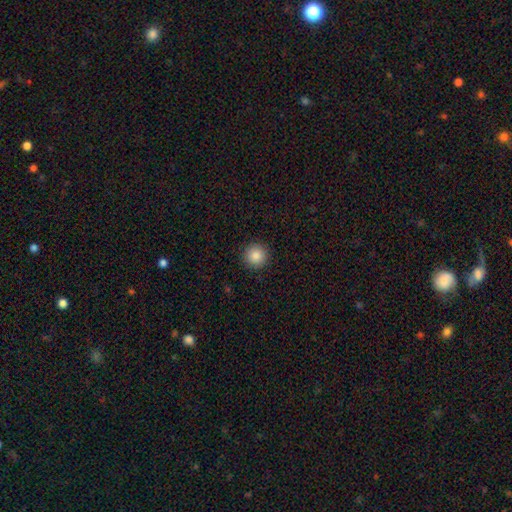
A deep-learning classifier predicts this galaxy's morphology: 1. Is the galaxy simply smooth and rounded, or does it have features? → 86% smooth, 10% star or artifact, 4% featured or disk.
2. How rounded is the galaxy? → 96% round, 3% in between, 1% cigar-shaped.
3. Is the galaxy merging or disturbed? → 93% none, 5% minor disturbance, 2% major disturbance, 1% merger.